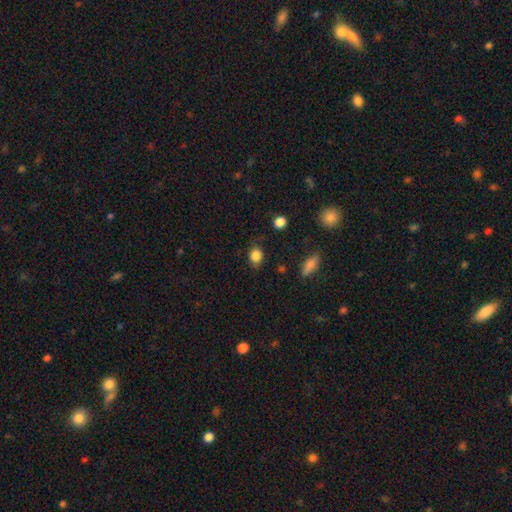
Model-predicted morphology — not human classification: A smooth galaxy with no disk features (84%) that is in between round and cigar-shaped (52%).

Vote fractions:
- Smooth or featured? smooth: 84% / star or artifact: 10% / featured or disk: 6%
- How rounded? in between: 52% / round: 47% / cigar-shaped: 2%
- Merging? none: 72% / minor disturbance: 20% / major disturbance: 5% / merger: 2%